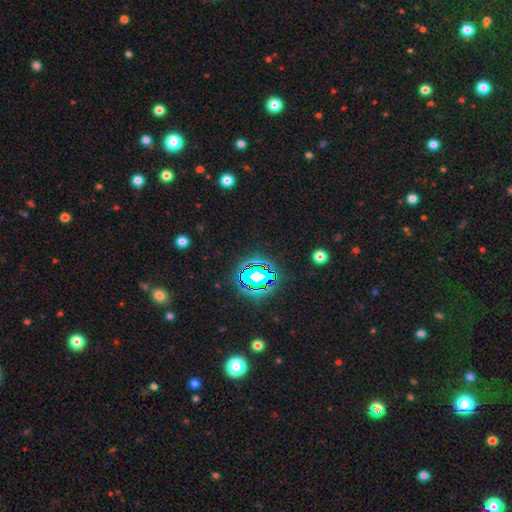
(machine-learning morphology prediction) type=star or artifact (79%).